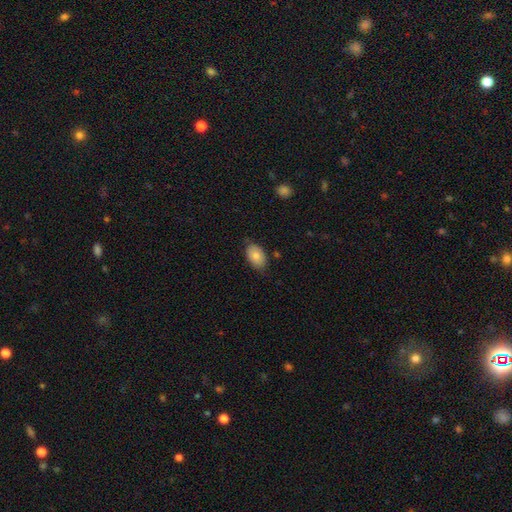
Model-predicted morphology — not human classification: smooth_or_featured: smooth (p=0.81) [alt: featured or disk p=0.12]
how_rounded: in between (p=0.90) [alt: round p=0.09]
merging: none (p=0.75) [alt: minor disturbance p=0.20]